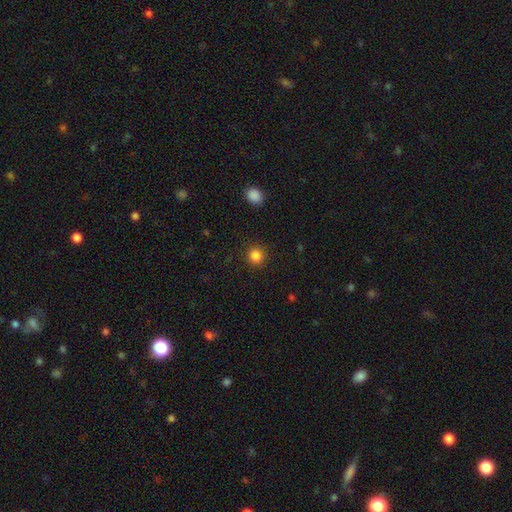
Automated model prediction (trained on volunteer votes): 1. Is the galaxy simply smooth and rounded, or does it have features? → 85% smooth, 12% star or artifact, 3% featured or disk.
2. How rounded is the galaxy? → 94% round, 5% in between, 1% cigar-shaped.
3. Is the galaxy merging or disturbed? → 91% none, 5% minor disturbance, 2% major disturbance, 1% merger.